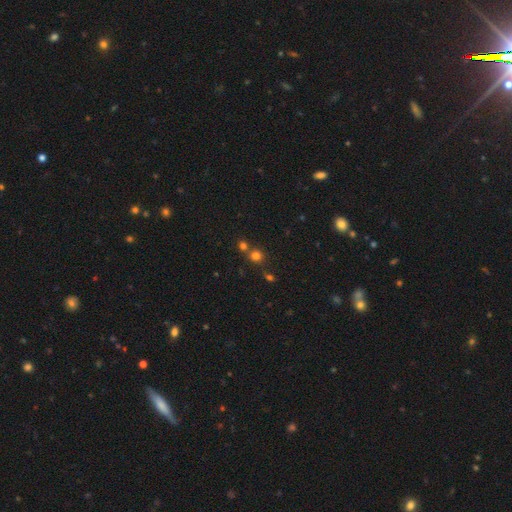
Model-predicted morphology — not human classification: Overall: smooth (71%). How rounded: round (89%). Merging: none (63%; merger 28%).